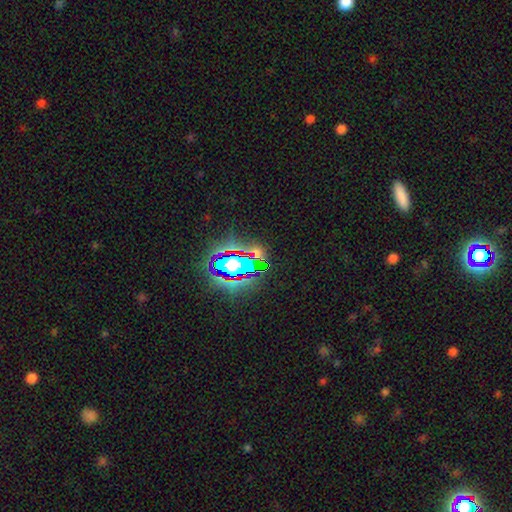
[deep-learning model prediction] Smooth or featured: star or artifact — 66% (smooth — 20%)